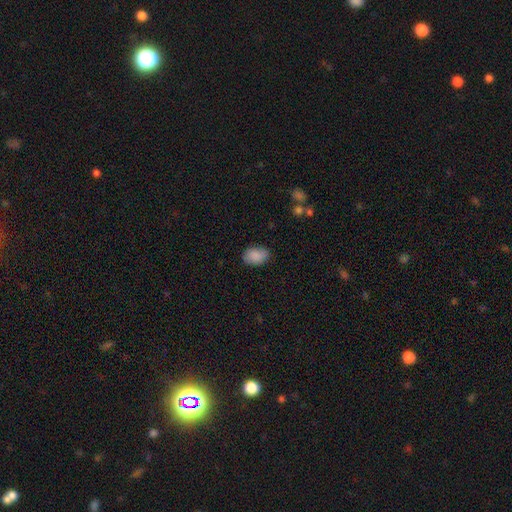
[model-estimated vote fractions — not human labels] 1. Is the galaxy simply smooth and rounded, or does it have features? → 85% smooth, 8% featured or disk, 7% star or artifact.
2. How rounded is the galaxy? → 82% in between, 17% round, 1% cigar-shaped.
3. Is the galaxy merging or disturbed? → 79% none, 16% minor disturbance, 3% major disturbance, 1% merger.